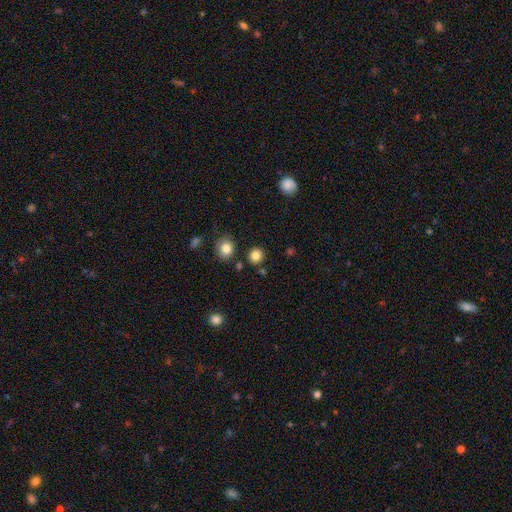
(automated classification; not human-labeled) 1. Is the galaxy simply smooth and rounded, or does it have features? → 83% smooth, 12% star or artifact, 5% featured or disk.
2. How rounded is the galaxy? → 90% round, 9% in between, 1% cigar-shaped.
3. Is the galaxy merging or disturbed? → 86% none, 6% minor disturbance, 5% merger, 2% major disturbance.